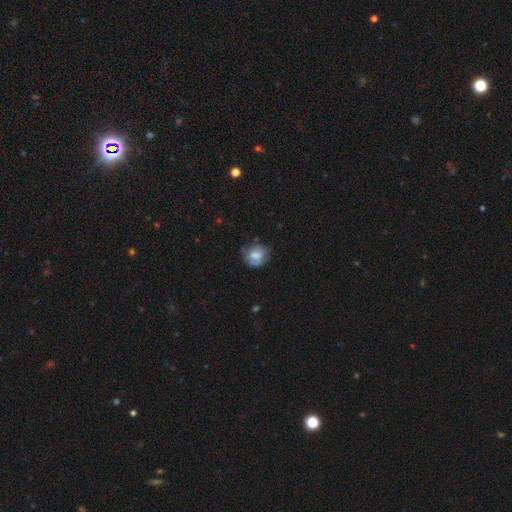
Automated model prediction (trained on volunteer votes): smooth_or_featured: smooth (p=0.66) [alt: featured or disk p=0.25]
how_rounded: round (p=0.72) [alt: in between p=0.27]
merging: none (p=0.62) [alt: minor disturbance p=0.26]